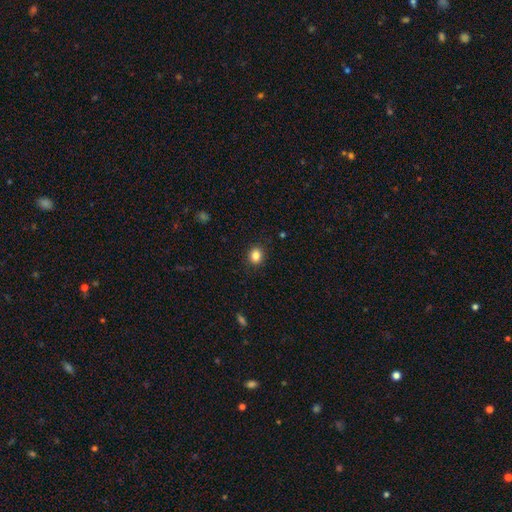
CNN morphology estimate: Q: Smooth or featured?
A: smooth (85%); runner-up: star or artifact (11%)
Q: How rounded?
A: round (67%); runner-up: in between (32%)
Q: Merging?
A: none (90%); runner-up: minor disturbance (7%)